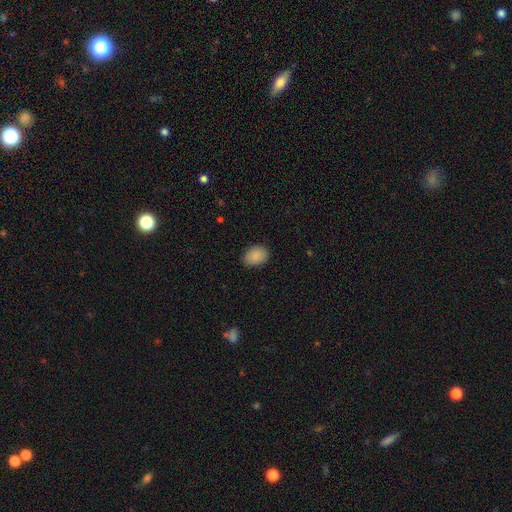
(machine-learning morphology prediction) Q: Smooth or featured?
A: smooth (89%); runner-up: star or artifact (7%)
Q: How rounded?
A: in between (73%); runner-up: round (26%)
Q: Merging?
A: none (87%); runner-up: minor disturbance (10%)